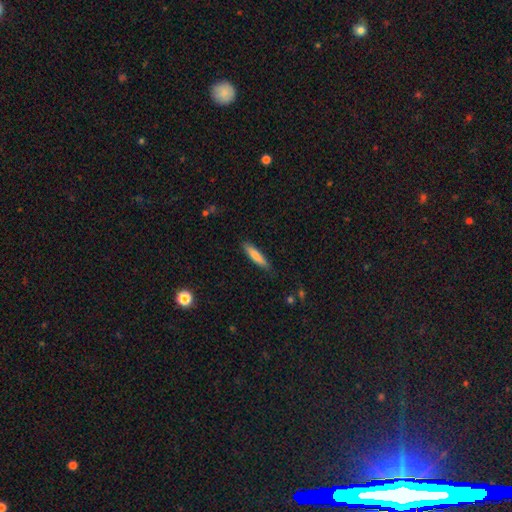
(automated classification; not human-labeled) Smooth or featured: smooth — 79% (featured or disk — 15%)
How rounded: cigar-shaped — 83% (in between — 16%)
Merging: none — 84% (minor disturbance — 12%)